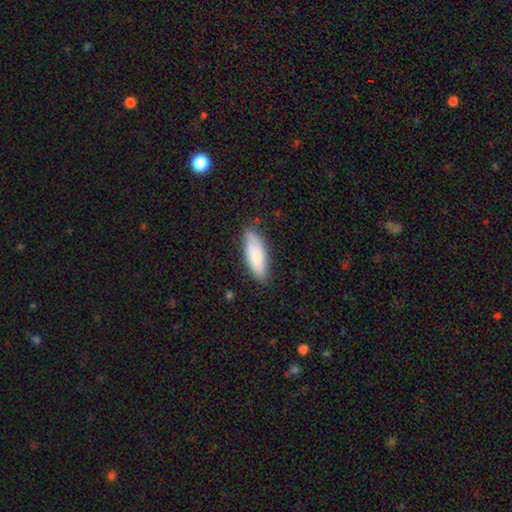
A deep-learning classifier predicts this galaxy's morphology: Smooth or featured? smooth (80%)
How rounded? in between (61%)
Merging? none (77%)